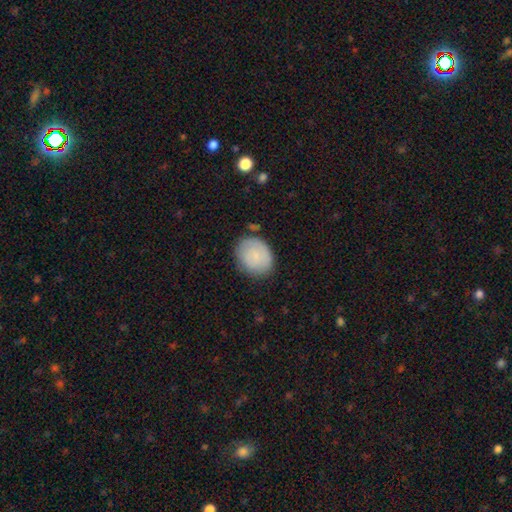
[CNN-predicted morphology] A smooth galaxy with no disk features (74%) that is round (54%). Merging: none (77%).